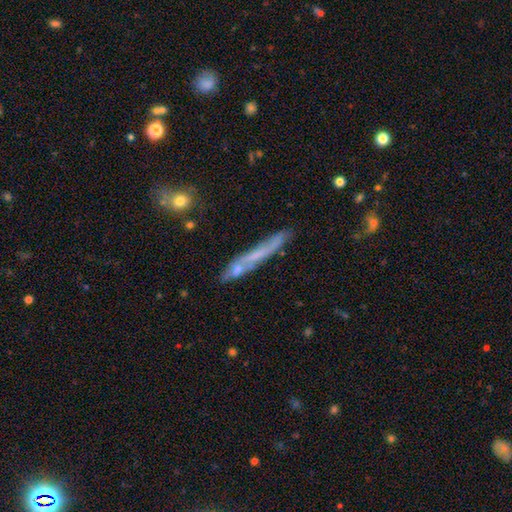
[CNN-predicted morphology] A featured or disk galaxy (47%).

Vote fractions:
- Smooth or featured? featured or disk: 47% / smooth: 43% / star or artifact: 10%
- Merging? none: 67% / minor disturbance: 19% / merger: 8% / major disturbance: 6%